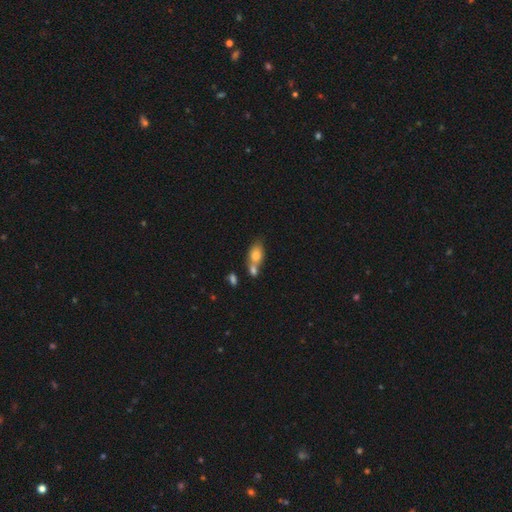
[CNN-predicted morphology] Overall: smooth (79%). How rounded: in between (83%). Merging: merger (49%; none 35%).